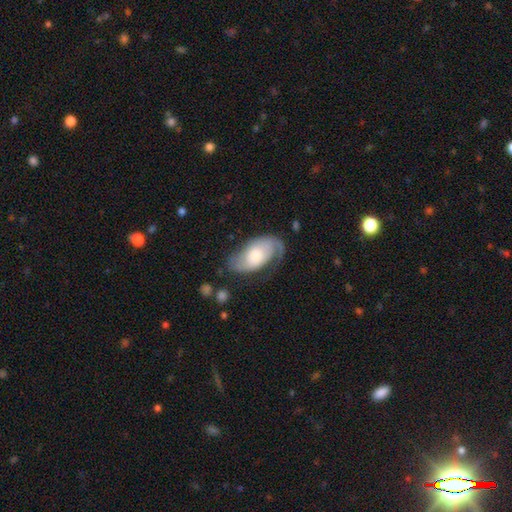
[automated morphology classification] Smooth or featured? Predicted: featured or disk (p=0.62). Edge-on disk? Predicted: no (p=0.94). Bar? Predicted: no (p=0.67). Spiral arms? Predicted: yes (p=0.86). Spiral winding? Predicted: loose (p=0.40). Spiral arm count? Predicted: 2 (p=0.67). Bulge size? Predicted: moderate (p=0.51). Merging? Predicted: none (p=0.56).